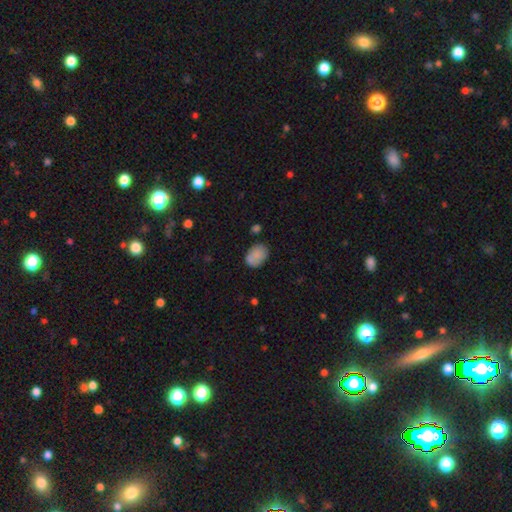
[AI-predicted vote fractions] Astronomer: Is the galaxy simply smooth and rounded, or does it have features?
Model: smooth — 82%.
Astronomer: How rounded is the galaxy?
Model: in between — 75%.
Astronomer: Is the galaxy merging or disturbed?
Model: none — 70%.